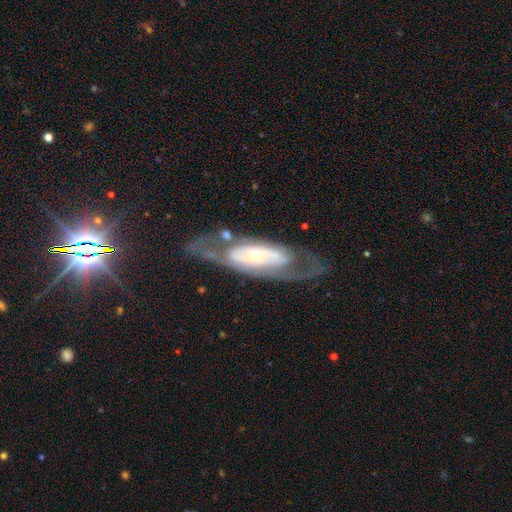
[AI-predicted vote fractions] featured or disk 79%, smooth 16%, star or artifact 5%. Down the decision tree: edge-on disk — no (85%); bar — no (67%); spiral arms — yes (66%); bulge size — small (55%); merging — none (65%).